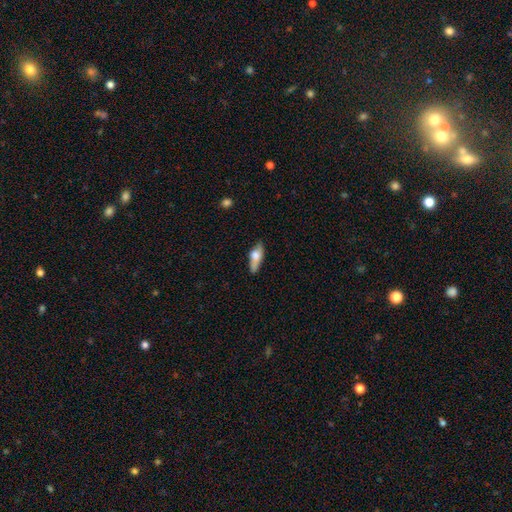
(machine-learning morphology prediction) This appears to be a smooth galaxy with no disk features (62%) that is in between round and cigar-shaped (62%). Merging: none (68%).